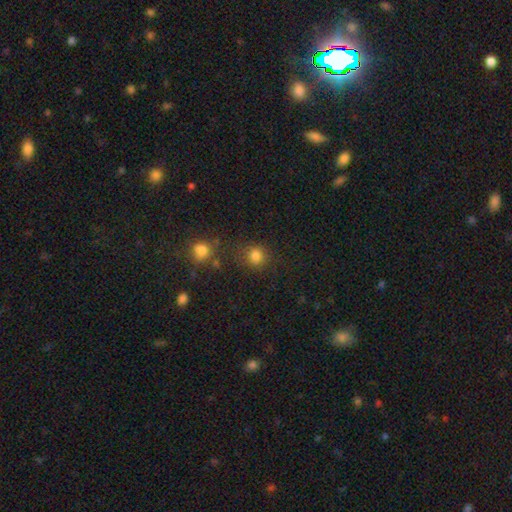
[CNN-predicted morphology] Overall: smooth (80%). How rounded: round (85%). Merging: none (74%).